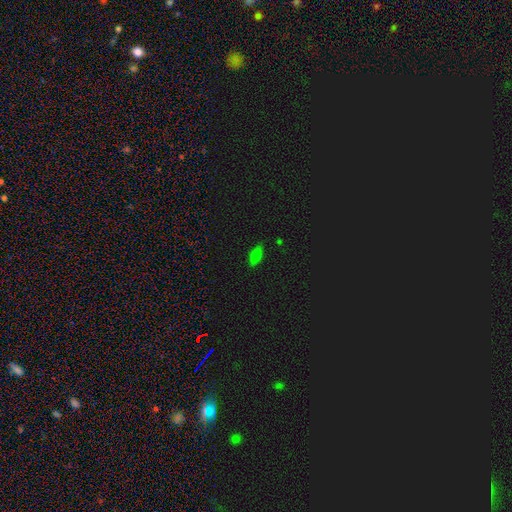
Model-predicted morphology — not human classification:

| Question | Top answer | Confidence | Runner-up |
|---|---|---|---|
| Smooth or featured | smooth | 71% | featured or disk (15%) |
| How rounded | in between | 77% | cigar-shaped (19%) |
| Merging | none | 82% | minor disturbance (14%) |